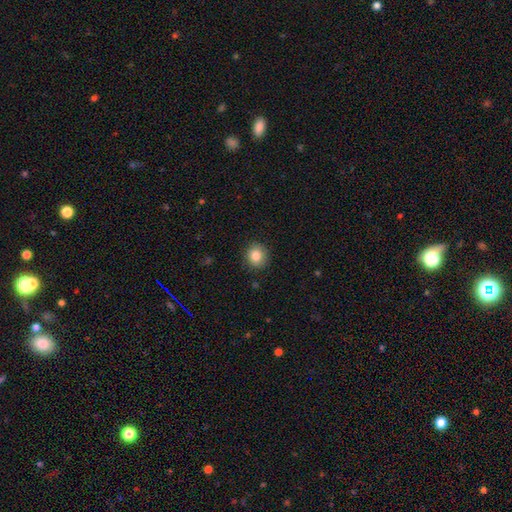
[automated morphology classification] smooth 85%, star or artifact 9%, featured or disk 5%. Down the decision tree: how rounded — round (85%); merging — none (89%).